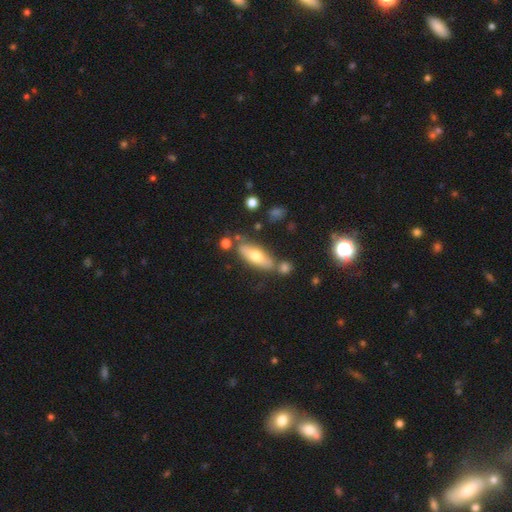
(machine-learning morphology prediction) smooth_or_featured: smooth (p=0.59) [alt: featured or disk p=0.34]
how_rounded: in between (p=0.59) [alt: cigar-shaped p=0.38]
merging: none (p=0.68) [alt: minor disturbance p=0.15]